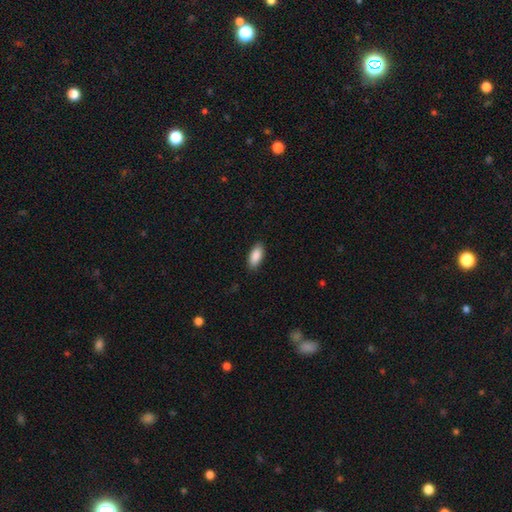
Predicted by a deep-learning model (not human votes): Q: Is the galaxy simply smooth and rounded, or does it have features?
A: smooth — 90%.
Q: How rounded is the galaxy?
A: in between — 89%.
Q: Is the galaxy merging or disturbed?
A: none — 88%.